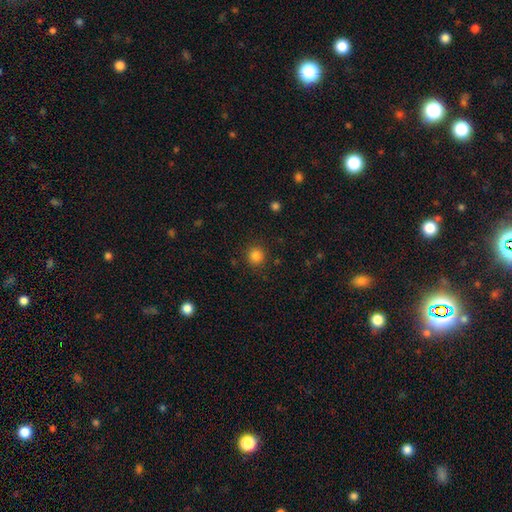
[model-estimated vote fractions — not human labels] Q: Smooth or featured?
A: smooth (84%); runner-up: star or artifact (12%)
Q: How rounded?
A: round (93%); runner-up: in between (6%)
Q: Merging?
A: none (88%); runner-up: minor disturbance (7%)